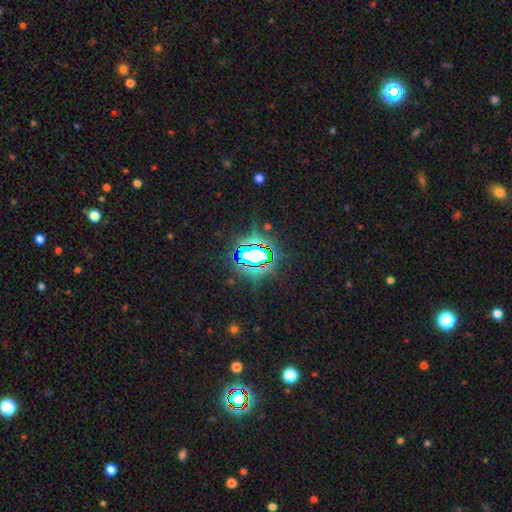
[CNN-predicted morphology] This is likely a star or artifact rather than a galaxy (79%).